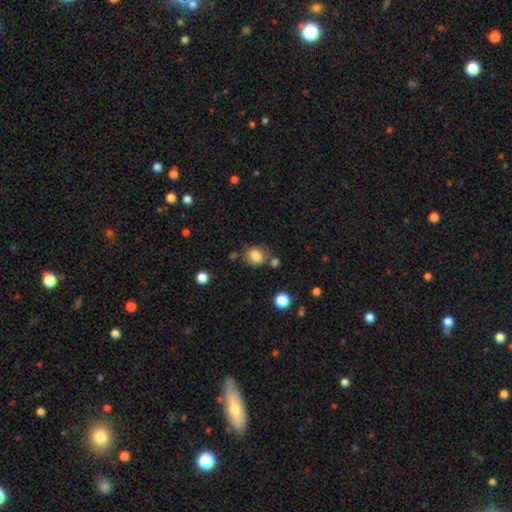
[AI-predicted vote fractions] This appears to be a smooth galaxy with no disk features (83%) that is round (72%). Merging: none (71%).